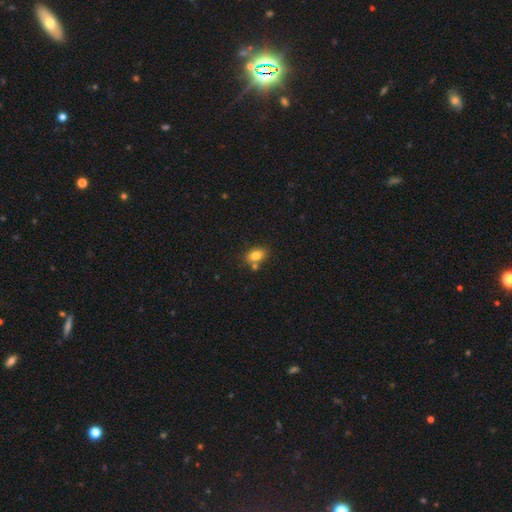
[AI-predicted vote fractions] The model was most divided on "merging": none: 64%, merger: 20%, minor disturbance: 13%, major disturbance: 3%. More confident: smooth or featured — smooth (81%); how rounded — in between (80%).